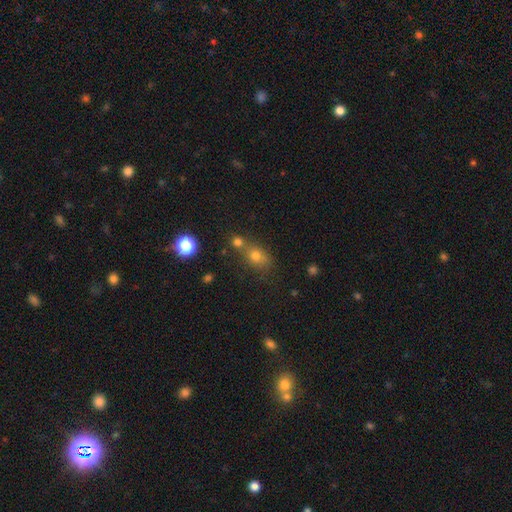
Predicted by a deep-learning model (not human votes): Smooth or featured? Predicted: smooth (p=0.69). How rounded? Predicted: round (p=0.52). Merging? Predicted: none (p=0.53).